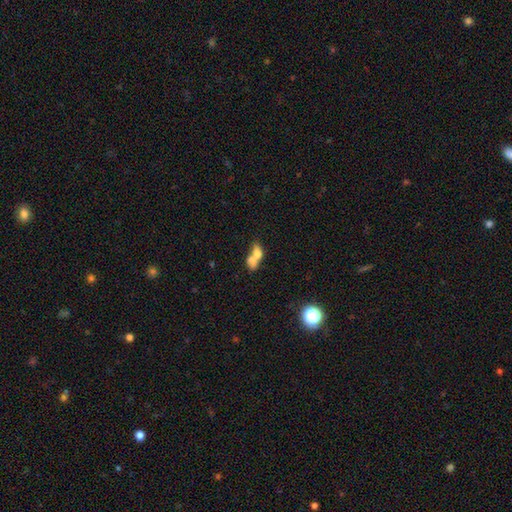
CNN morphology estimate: Smooth or featured? smooth (65%)
How rounded? in between (68%)
Merging? merger (71%)